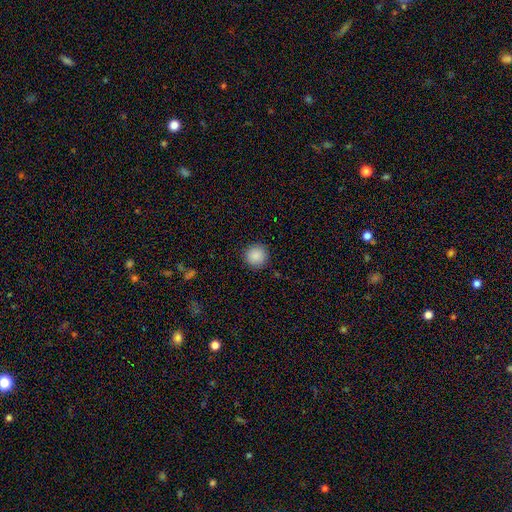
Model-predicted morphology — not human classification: Smooth or featured? Predicted: smooth (p=0.89). How rounded? Predicted: round (p=0.94). Merging? Predicted: none (p=0.91).